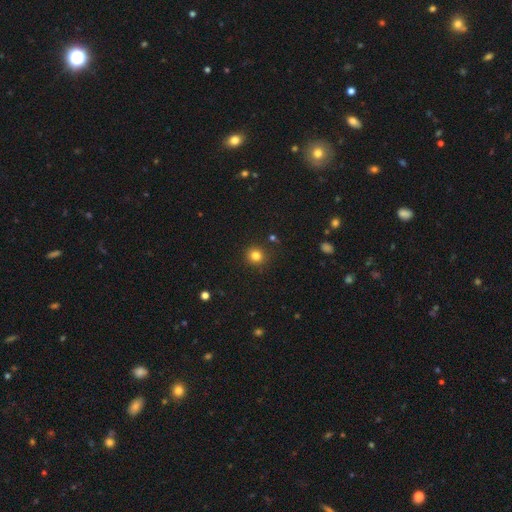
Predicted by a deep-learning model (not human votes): A smooth galaxy with no disk features (81%) that is round (92%).

Vote fractions:
- Smooth or featured? smooth: 81% / star or artifact: 13% / featured or disk: 6%
- How rounded? round: 92% / in between: 7% / cigar-shaped: 1%
- Merging? none: 89% / minor disturbance: 7% / major disturbance: 2% / merger: 2%